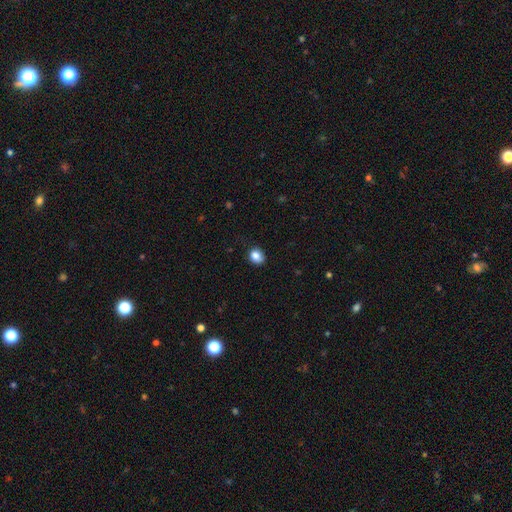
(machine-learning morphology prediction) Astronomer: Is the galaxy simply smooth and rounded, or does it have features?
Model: smooth — 85%.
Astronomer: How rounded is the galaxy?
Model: round — 67%.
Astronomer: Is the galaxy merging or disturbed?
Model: none — 81%.